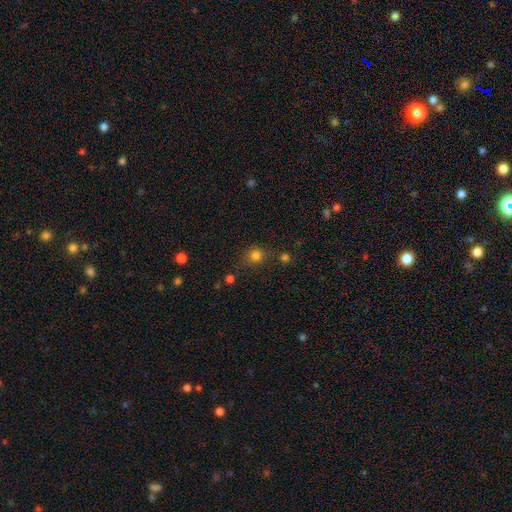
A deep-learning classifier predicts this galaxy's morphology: smooth_or_featured: smooth (p=0.79) [alt: star or artifact p=0.16]
how_rounded: round (p=0.85) [alt: in between p=0.14]
merging: none (p=0.77) [alt: minor disturbance p=0.12]